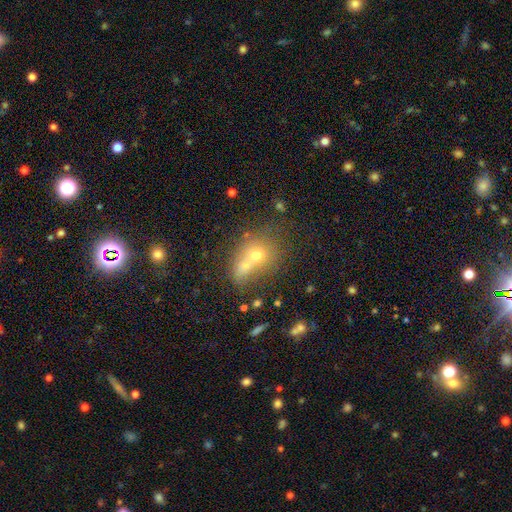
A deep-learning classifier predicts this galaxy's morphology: smooth_or_featured: smooth (p=0.62) [alt: featured or disk p=0.22]
how_rounded: round (p=0.63) [alt: in between p=0.35]
merging: merger (p=0.57) [alt: none p=0.29]